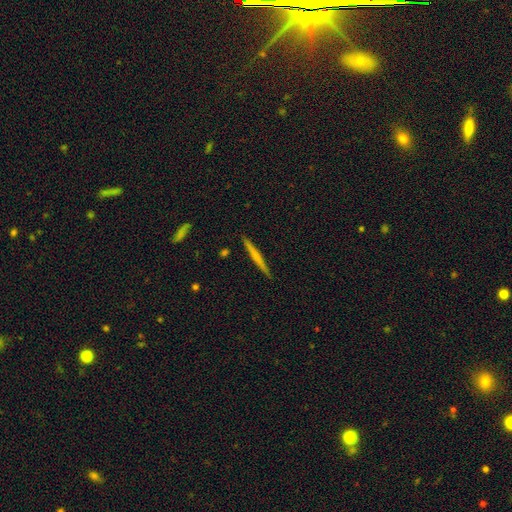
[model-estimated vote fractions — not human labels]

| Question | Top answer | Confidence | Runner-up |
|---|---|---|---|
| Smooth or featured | smooth | 49% | featured or disk (45%) |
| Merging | none | 91% | minor disturbance (6%) |